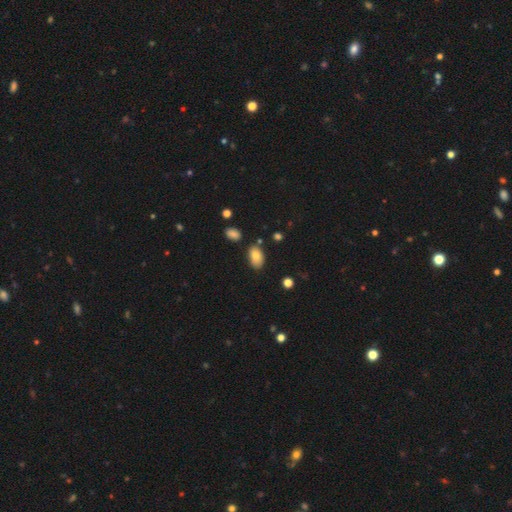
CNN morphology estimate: Overall: smooth (80%). How rounded: in between (91%). Merging: none (77%).